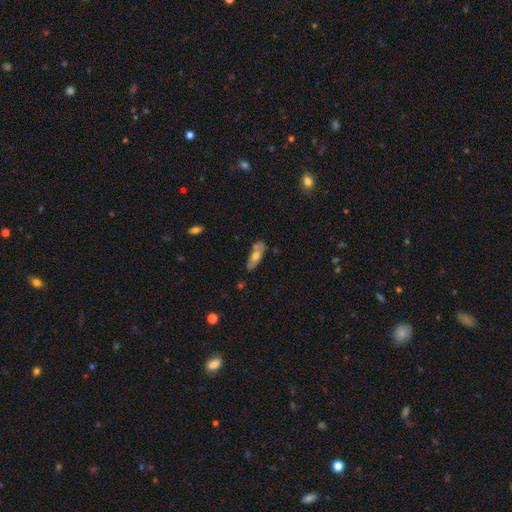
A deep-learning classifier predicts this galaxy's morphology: This appears to be a smooth galaxy with no disk features (59%) that is in between round and cigar-shaped (67%). Merging: none (70%).